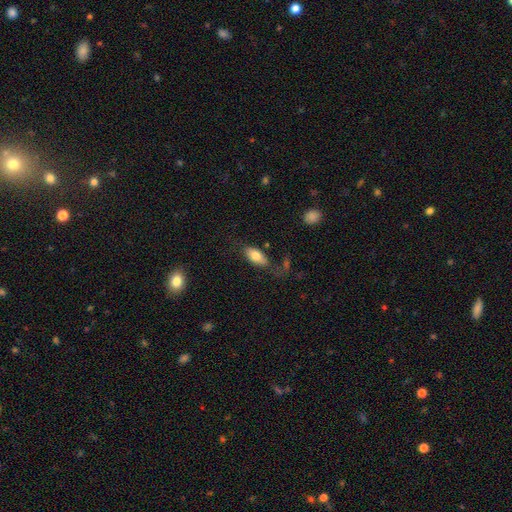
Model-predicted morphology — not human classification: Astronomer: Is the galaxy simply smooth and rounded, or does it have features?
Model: smooth — 77%.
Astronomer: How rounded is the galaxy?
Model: in between — 90%.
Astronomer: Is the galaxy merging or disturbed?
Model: none — 64%.